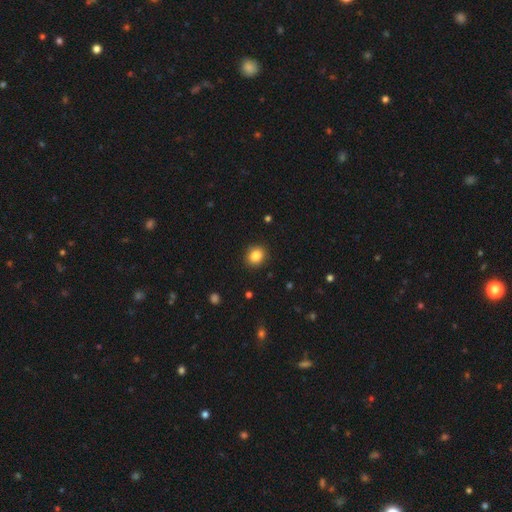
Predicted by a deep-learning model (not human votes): The model was most divided on "how rounded": round: 72%, in between: 28%, cigar-shaped: 1%. More confident: merging — none (90%); smooth or featured — smooth (85%).